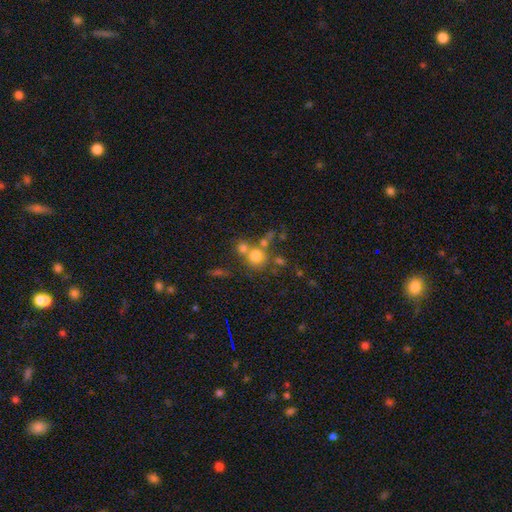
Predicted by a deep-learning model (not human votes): Overall: smooth (72%). How rounded: round (85%). Merging: none (49%; merger 36%).